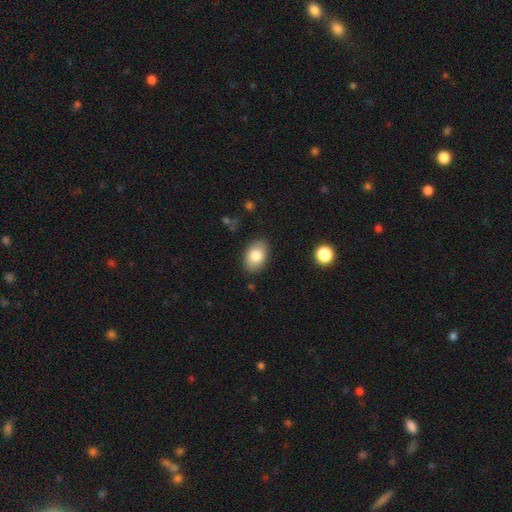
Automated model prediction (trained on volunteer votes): Q: Smooth or featured?
A: smooth (82%); runner-up: featured or disk (10%)
Q: How rounded?
A: in between (86%); runner-up: round (13%)
Q: Merging?
A: none (86%); runner-up: minor disturbance (10%)